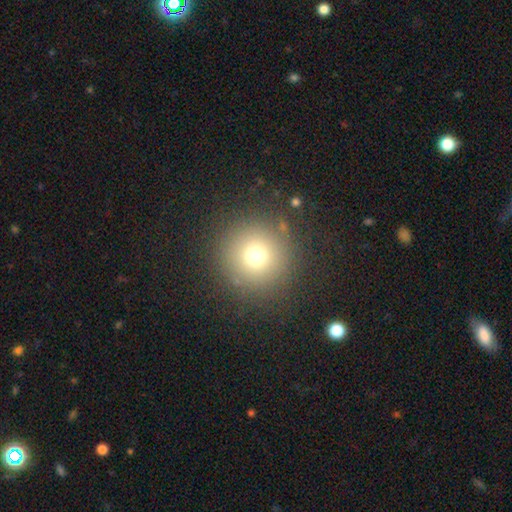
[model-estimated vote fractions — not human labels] A smooth galaxy with no disk features (72%) that is round (95%).

Vote fractions:
- Smooth or featured? smooth: 72% / star or artifact: 17% / featured or disk: 10%
- How rounded? round: 95% / in between: 4% / cigar-shaped: 1%
- Merging? none: 87% / minor disturbance: 7% / major disturbance: 4% / merger: 2%